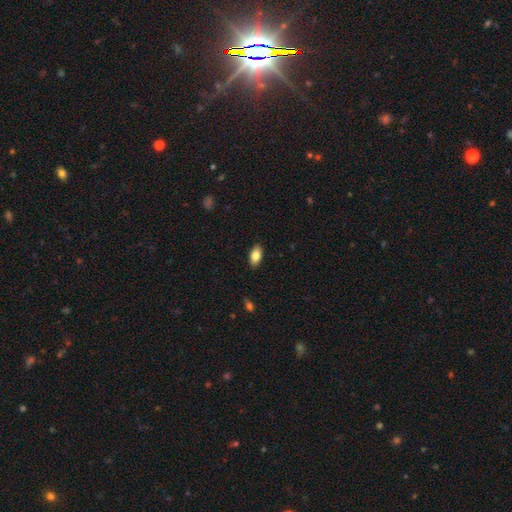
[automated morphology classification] smooth 83%, featured or disk 10%, star or artifact 7%. Down the decision tree: how rounded — in between (91%); merging — none (88%).